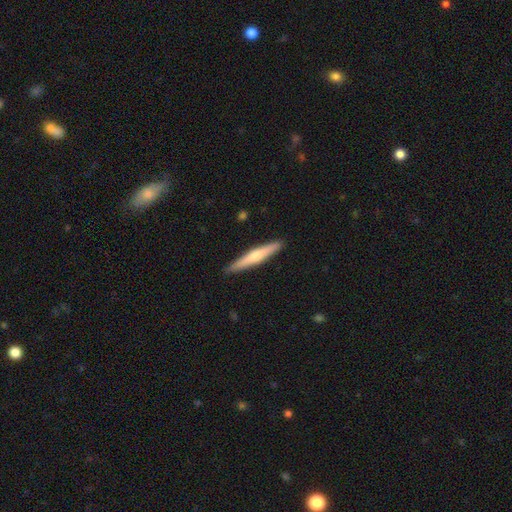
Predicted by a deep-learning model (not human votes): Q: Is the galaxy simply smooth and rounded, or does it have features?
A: smooth — 49%.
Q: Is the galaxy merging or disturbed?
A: none — 90%.